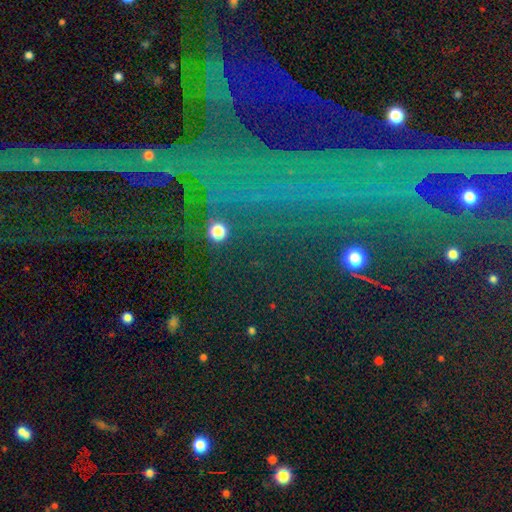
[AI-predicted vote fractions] smooth-or-featured: star or artifact: 81% | featured or disk: 10% | smooth: 9%